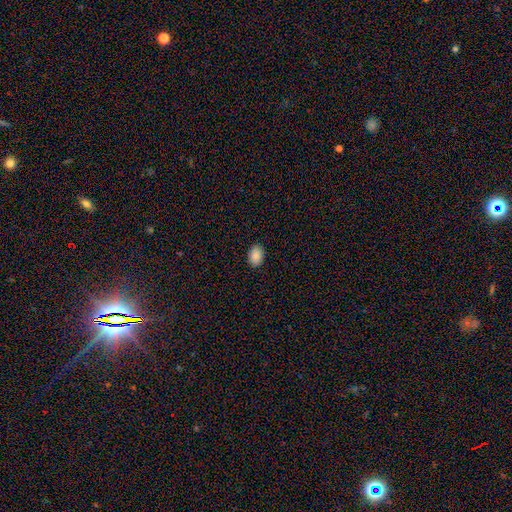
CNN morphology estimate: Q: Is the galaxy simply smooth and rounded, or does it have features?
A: smooth — 88%.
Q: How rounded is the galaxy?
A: in between — 82%.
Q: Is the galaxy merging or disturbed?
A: none — 90%.